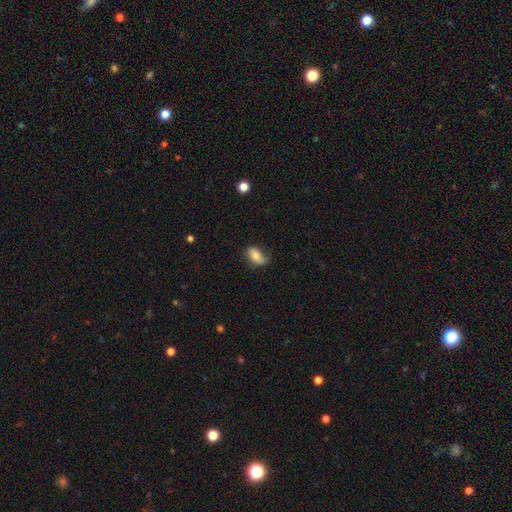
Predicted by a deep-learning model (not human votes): This appears to be a smooth galaxy with no disk features (74%) that is in between round and cigar-shaped (89%). Merging: none (61%).